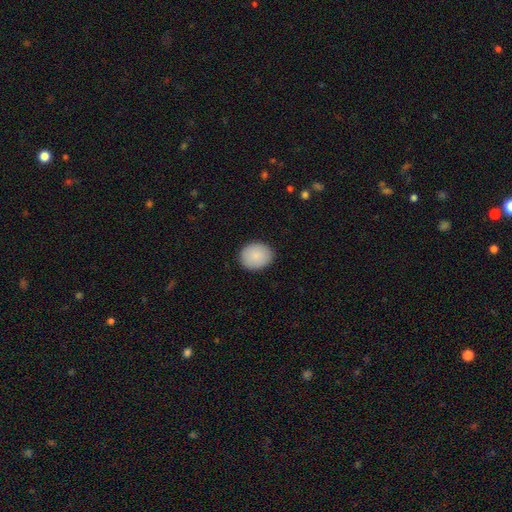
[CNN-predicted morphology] The model was most divided on "how rounded": round: 65%, in between: 34%, cigar-shaped: 1%. More confident: smooth or featured — smooth (89%); merging — none (88%).